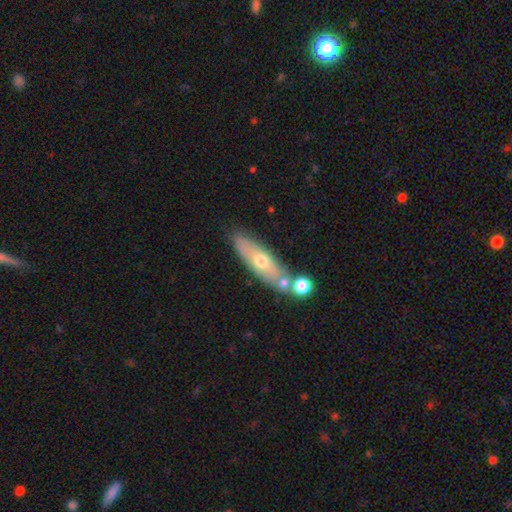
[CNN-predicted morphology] This appears to be a featured or disk galaxy (48%). Merging: none (71%).